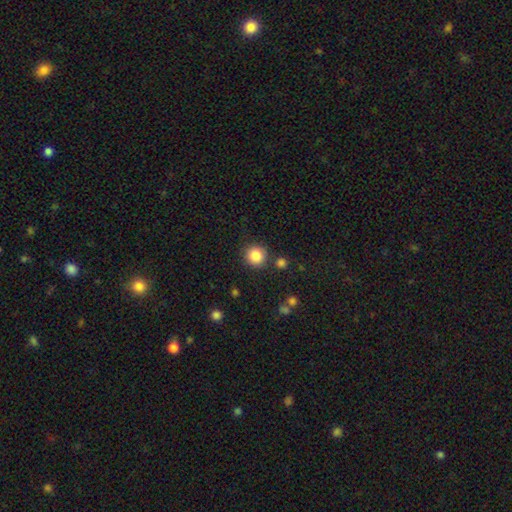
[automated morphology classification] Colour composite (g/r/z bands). It shows a smooth galaxy with no disk features (85%) that is round (93%). Merging: none (85%).